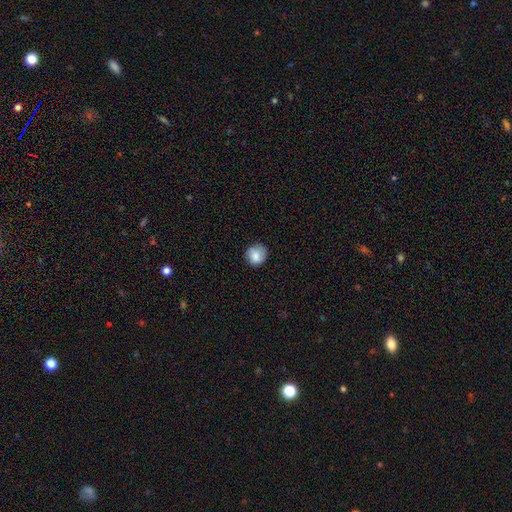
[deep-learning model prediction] smooth_or_featured: smooth (p=0.84) [alt: featured or disk p=0.08]
how_rounded: round (p=0.87) [alt: in between p=0.12]
merging: none (p=0.77) [alt: minor disturbance p=0.18]